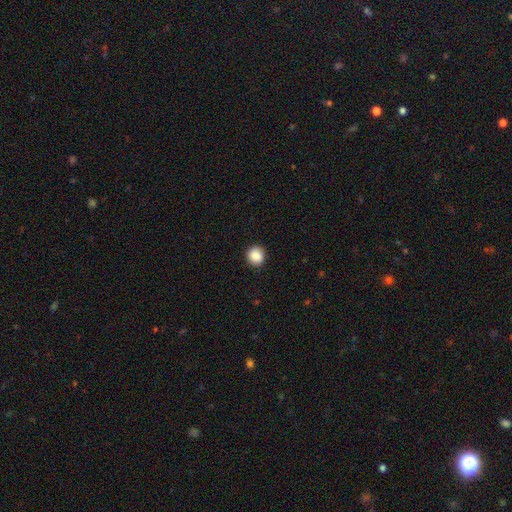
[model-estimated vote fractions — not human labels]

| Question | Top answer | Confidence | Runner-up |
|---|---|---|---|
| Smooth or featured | smooth | 88% | star or artifact (9%) |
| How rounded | round | 89% | in between (10%) |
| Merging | none | 90% | minor disturbance (7%) |